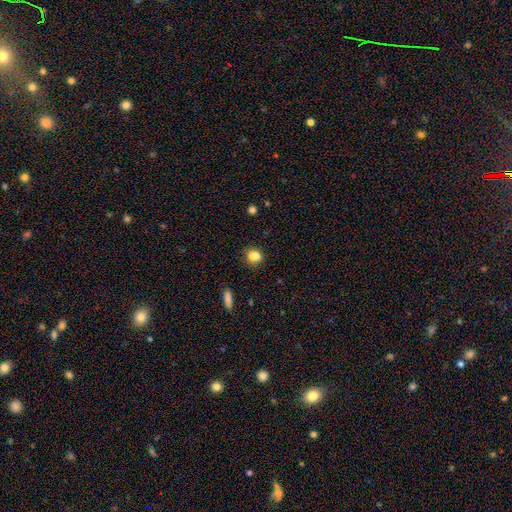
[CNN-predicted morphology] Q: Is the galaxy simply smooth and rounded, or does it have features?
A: smooth — 83%.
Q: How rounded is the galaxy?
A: in between — 50%.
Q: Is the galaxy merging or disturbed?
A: none — 77%.